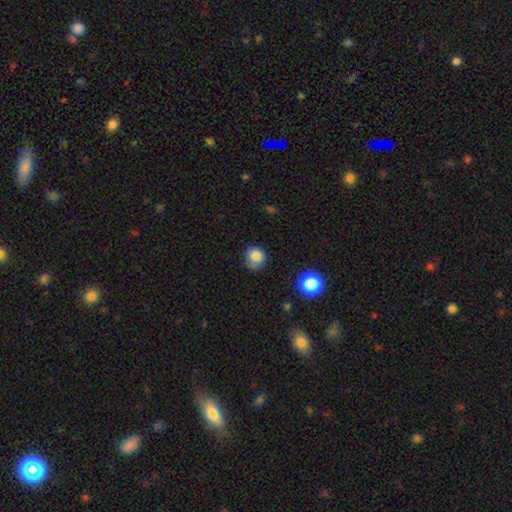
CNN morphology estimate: Q: Smooth or featured?
A: smooth (84%); runner-up: star or artifact (10%)
Q: How rounded?
A: round (87%); runner-up: in between (12%)
Q: Merging?
A: none (66%); runner-up: minor disturbance (25%)